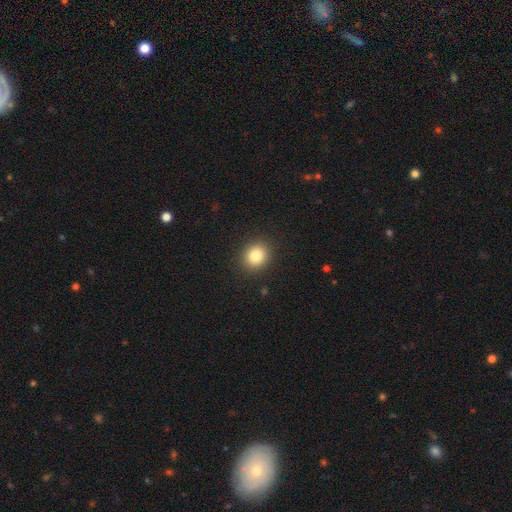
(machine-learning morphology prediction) smooth 83%, star or artifact 11%, featured or disk 7%. Down the decision tree: how rounded — round (78%); merging — none (91%).